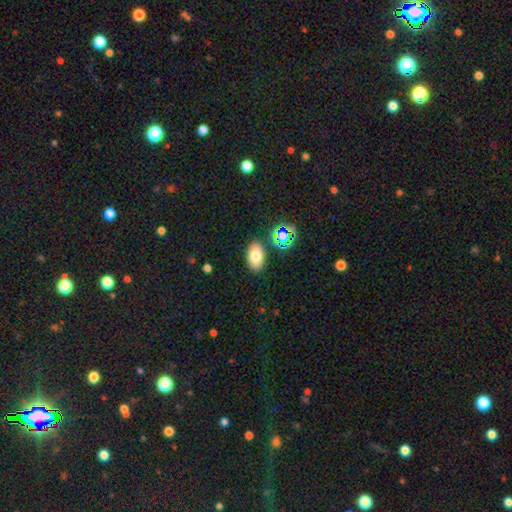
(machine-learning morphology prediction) smooth_or_featured: smooth (p=0.74) [alt: star or artifact p=0.13]
how_rounded: in between (p=0.90) [alt: round p=0.09]
merging: none (p=0.84) [alt: minor disturbance p=0.09]